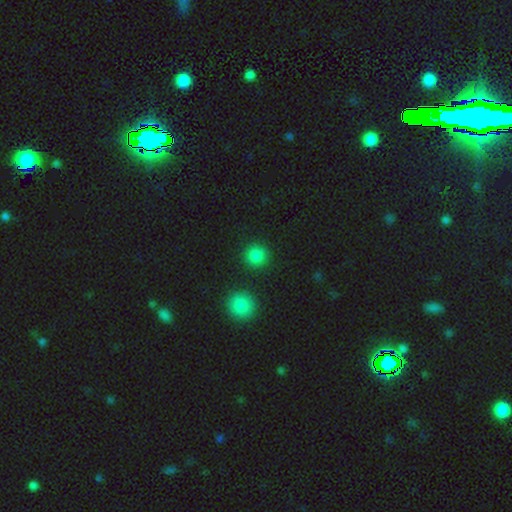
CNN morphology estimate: smooth-or-featured: smooth: 85% | star or artifact: 12% | featured or disk: 3%
  how-rounded: round: 93% | in between: 6% | cigar-shaped: 1%
  merging: none: 89% | minor disturbance: 6% | merger: 3% | major disturbance: 2%